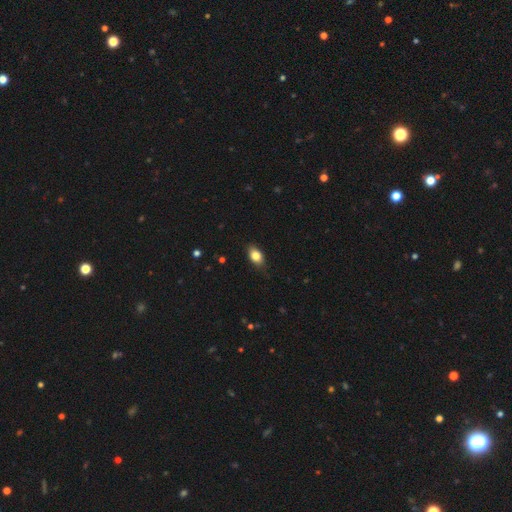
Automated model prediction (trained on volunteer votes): A smooth galaxy with no disk features (82%) that is in between round and cigar-shaped (83%). Merging: none (80%).